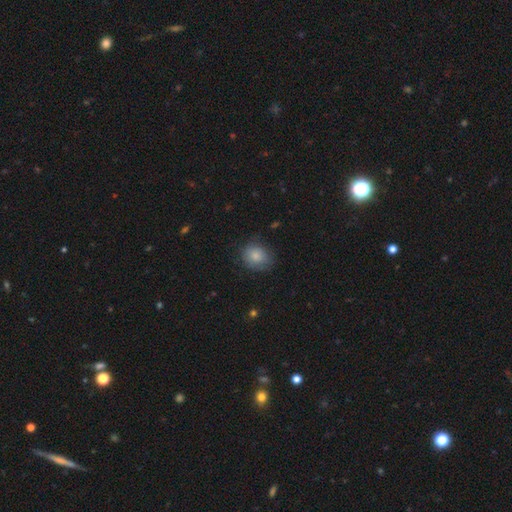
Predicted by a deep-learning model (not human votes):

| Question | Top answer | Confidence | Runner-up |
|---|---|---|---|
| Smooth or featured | smooth | 83% | featured or disk (9%) |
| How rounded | round | 65% | in between (34%) |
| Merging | none | 71% | minor disturbance (22%) |